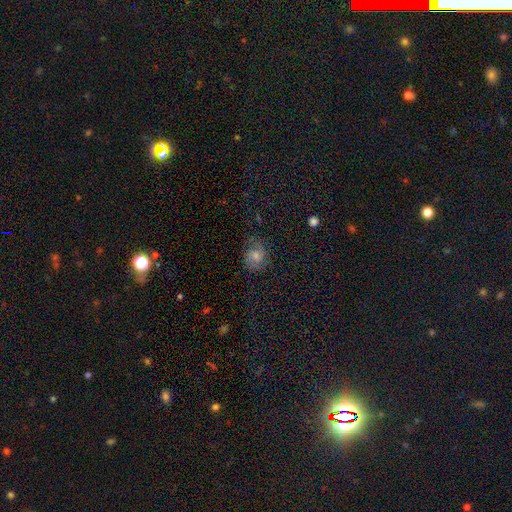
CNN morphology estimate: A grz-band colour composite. It shows a smooth galaxy with no disk features (41%). Merging: none (71%).